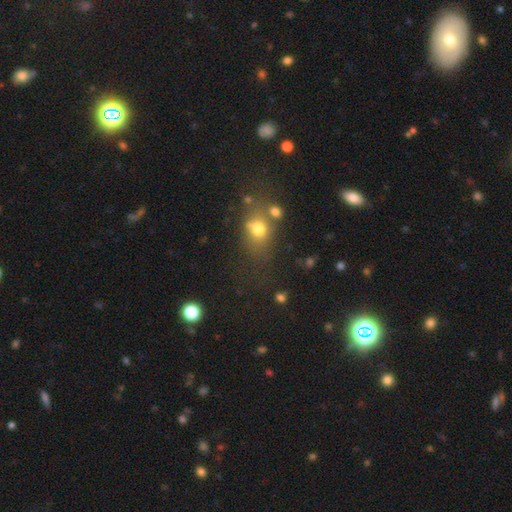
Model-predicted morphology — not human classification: Q: Smooth or featured?
A: smooth (49%); runner-up: star or artifact (39%)
Q: Merging?
A: none (66%); runner-up: merger (15%)